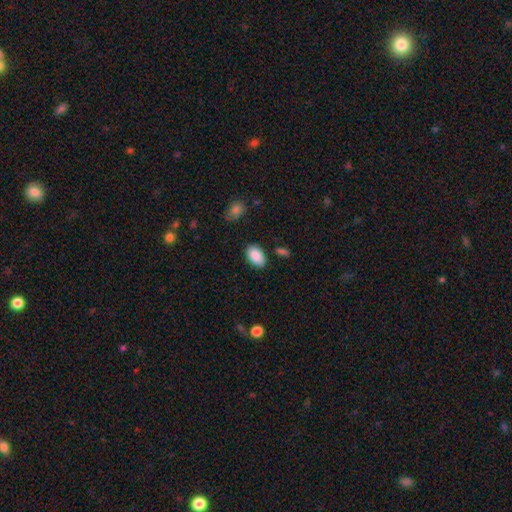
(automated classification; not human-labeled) Smooth or featured: smooth — 89% (star or artifact — 7%)
How rounded: in between — 92% (round — 7%)
Merging: none — 83% (minor disturbance — 11%)